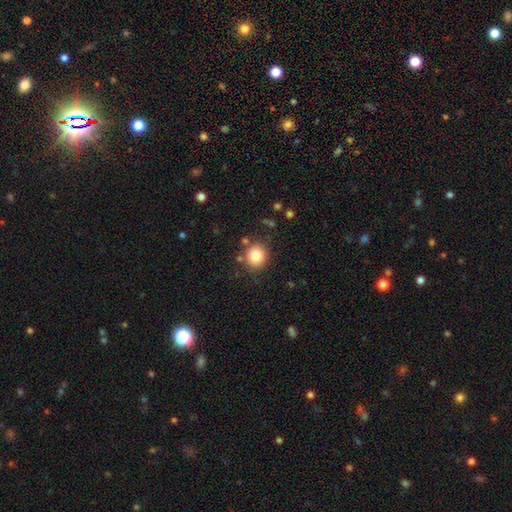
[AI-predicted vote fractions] Overall: smooth (83%). How rounded: round (84%). Merging: none (83%).